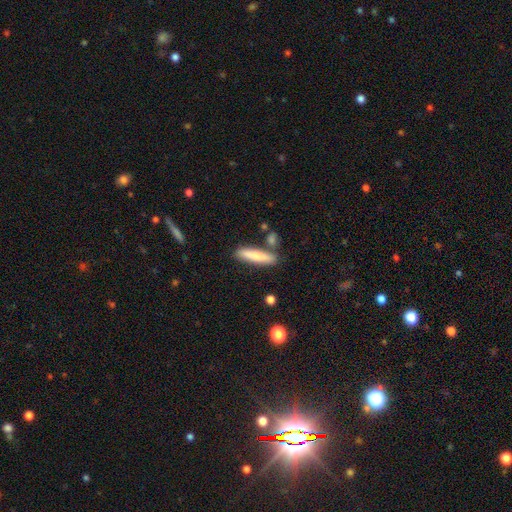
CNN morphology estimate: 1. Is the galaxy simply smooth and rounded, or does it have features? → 74% smooth, 20% featured or disk, 6% star or artifact.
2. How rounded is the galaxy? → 83% cigar-shaped, 15% in between, 2% round.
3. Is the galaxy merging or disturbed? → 79% none, 11% minor disturbance, 7% merger, 3% major disturbance.